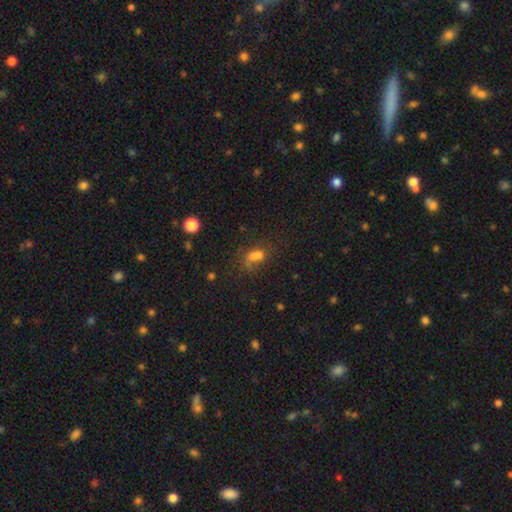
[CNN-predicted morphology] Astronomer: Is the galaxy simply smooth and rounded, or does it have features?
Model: smooth — 60%.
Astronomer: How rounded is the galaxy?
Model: in between — 51% (runner-up: round, 46%).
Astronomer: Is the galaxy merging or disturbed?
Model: merger — 49% (runner-up: none, 29%).